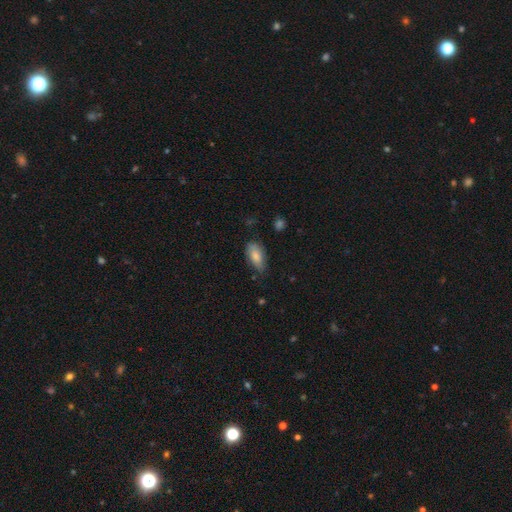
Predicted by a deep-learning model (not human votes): smooth_or_featured: smooth (p=0.79) [alt: featured or disk p=0.14]
how_rounded: in between (p=0.90) [alt: cigar-shaped p=0.07]
merging: none (p=0.65) [alt: minor disturbance p=0.28]